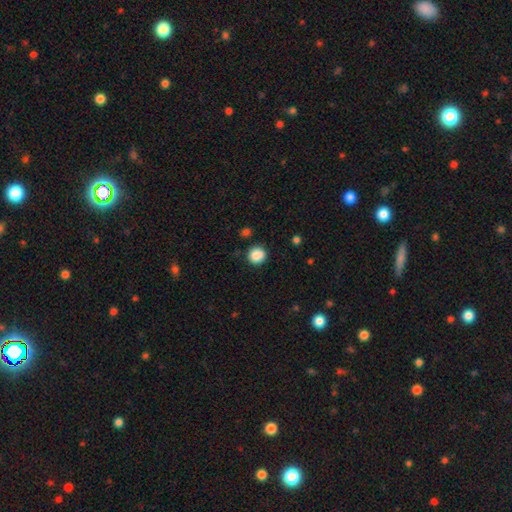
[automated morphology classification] Overall: smooth (87%). How rounded: round (90%). Merging: none (85%).